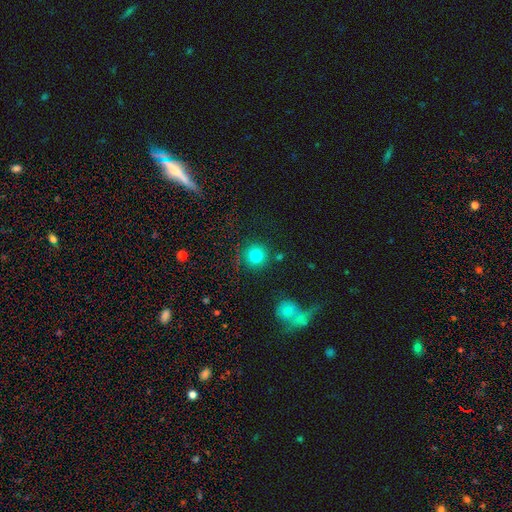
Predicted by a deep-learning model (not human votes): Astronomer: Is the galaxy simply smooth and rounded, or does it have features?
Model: smooth — 83%.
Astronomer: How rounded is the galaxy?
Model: round — 93%.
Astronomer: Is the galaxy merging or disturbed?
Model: none — 82%.